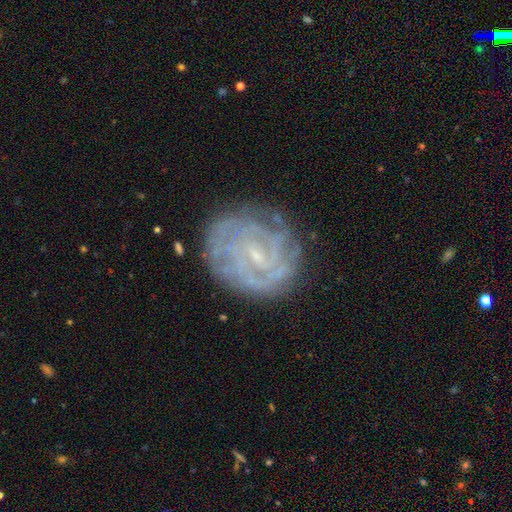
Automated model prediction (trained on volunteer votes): The model was most divided on "bar": weak: 48%, no: 39%, strong: 13%. Remaining: edge-on disk — no (98%); spiral arms — yes (88%); smooth or featured — featured or disk (78%); merging — none (77%); bulge size — small (76%); spiral winding — tight (72%); spiral arm count — can't tell (45%).